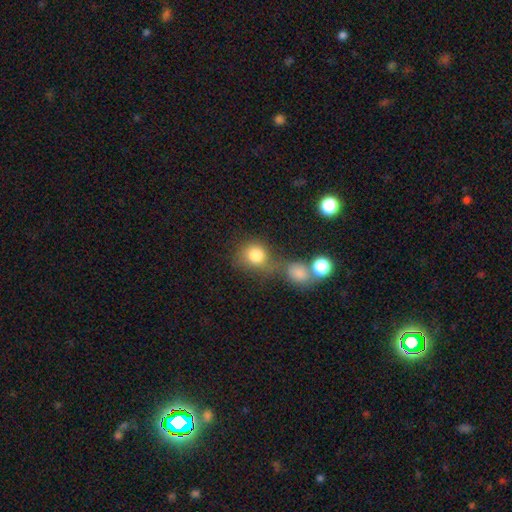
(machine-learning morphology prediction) A smooth galaxy with no disk features (80%) that is round (74%).

Vote fractions:
- Smooth or featured? smooth: 80% / star or artifact: 11% / featured or disk: 9%
- How rounded? round: 74% / in between: 25% / cigar-shaped: 1%
- Merging? none: 43% / merger: 33% / minor disturbance: 14% / major disturbance: 9%